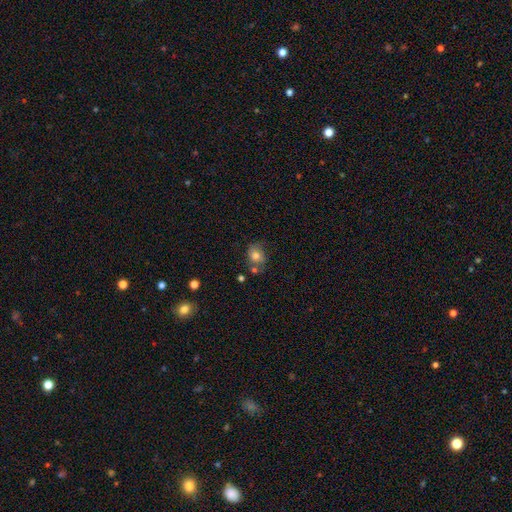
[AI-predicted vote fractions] This is likely a smooth galaxy (73%). How rounded: possibly round (50%). Merging: possibly none (55%).